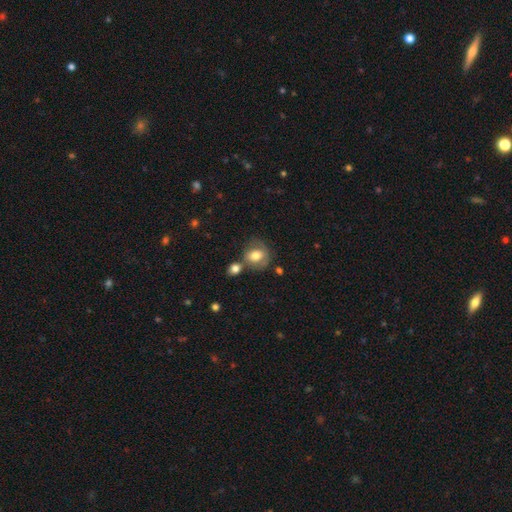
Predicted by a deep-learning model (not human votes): smooth_or_featured: smooth (p=0.70) [alt: featured or disk p=0.22]
how_rounded: round (p=0.64) [alt: in between p=0.35]
merging: none (p=0.49) [alt: merger p=0.22]